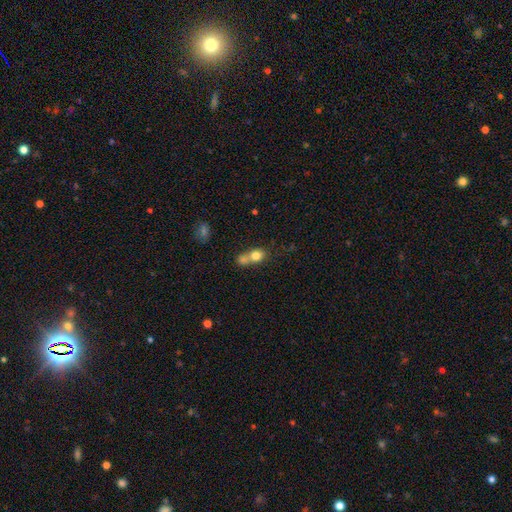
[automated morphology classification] Smooth or featured: smooth — 76% (featured or disk — 14%)
How rounded: round — 54% (in between — 43%)
Merging: merger — 62% (none — 25%)